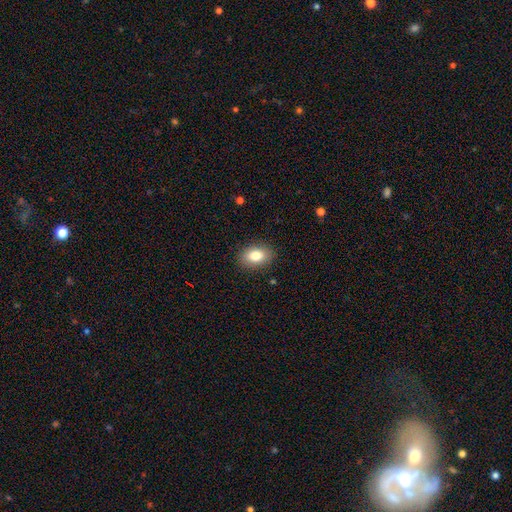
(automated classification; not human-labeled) smooth-or-featured: smooth: 82% | featured or disk: 10% | star or artifact: 8%
  how-rounded: in between: 83% | round: 16% | cigar-shaped: 1%
  merging: none: 88% | minor disturbance: 9% | major disturbance: 2% | merger: 1%